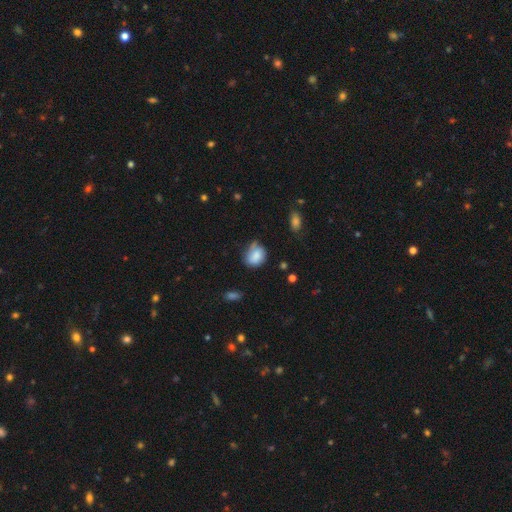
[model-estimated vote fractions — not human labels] smooth_or_featured: smooth (p=0.79) [alt: featured or disk p=0.13]
how_rounded: round (p=0.50) [alt: in between p=0.49]
merging: none (p=0.47) [alt: minor disturbance p=0.36]